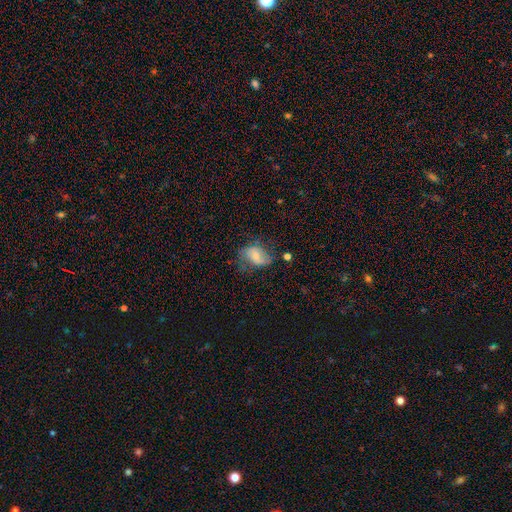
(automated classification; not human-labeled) This is possibly a smooth galaxy (55%). How rounded: clearly in between (81%). Merging: possibly none (49%).